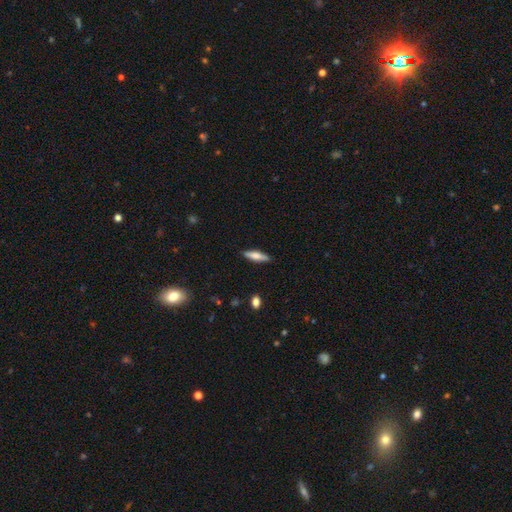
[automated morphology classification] A smooth galaxy with no disk features (66%) that is cigar-shaped (65%). Merging: none (87%).